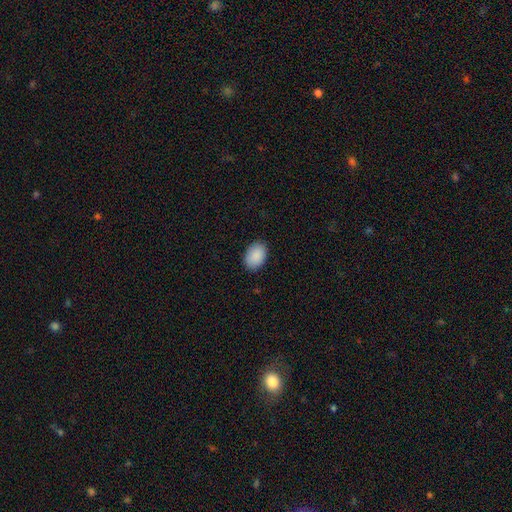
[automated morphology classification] The model was most divided on "how rounded": in between: 86%, round: 13%, cigar-shaped: 1%. More confident: smooth or featured — smooth (91%); merging — none (88%).